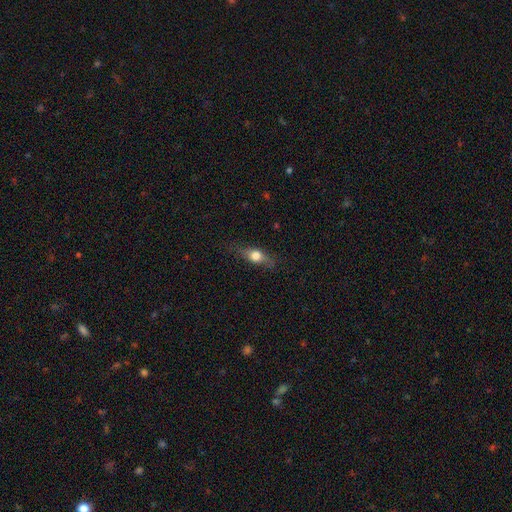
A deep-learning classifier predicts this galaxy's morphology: A smooth galaxy with no disk features (57%) that is in between round and cigar-shaped (55%). Merging: none (74%).